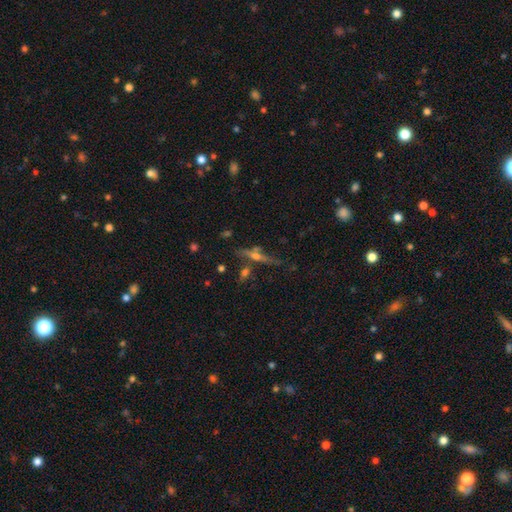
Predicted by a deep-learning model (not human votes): The model was most divided on "smooth or featured": featured or disk: 68%, smooth: 21%, star or artifact: 11%. More confident: edge-on disk — yes (93%); edge-on bulge — rounded (86%); merging — none (68%).